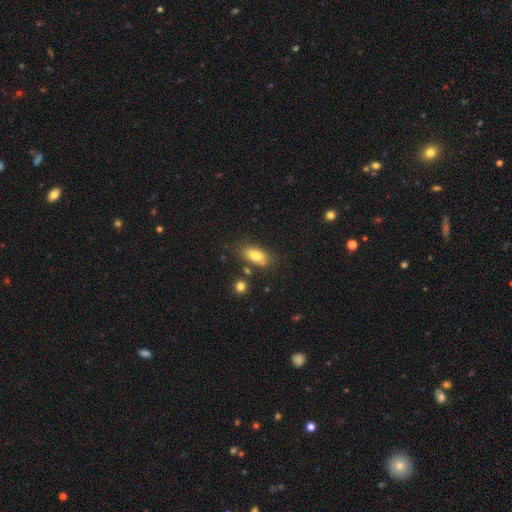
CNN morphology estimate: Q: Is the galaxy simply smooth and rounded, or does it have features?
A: smooth — 80%.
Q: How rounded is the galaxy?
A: in between — 87%.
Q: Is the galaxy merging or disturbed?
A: none — 76%.